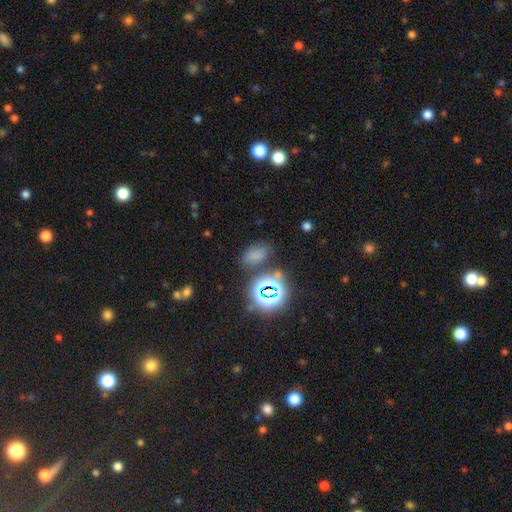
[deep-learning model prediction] Overall: smooth (63%; star or artifact 29%). How rounded: in between (82%). Merging: none (70%).